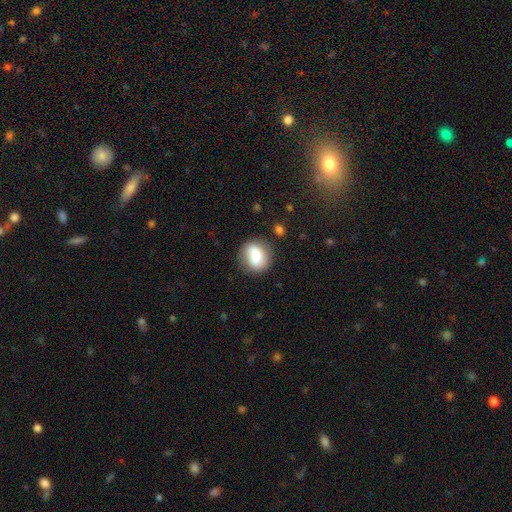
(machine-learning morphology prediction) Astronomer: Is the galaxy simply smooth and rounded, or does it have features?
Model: smooth — 72%.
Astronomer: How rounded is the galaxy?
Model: round — 67%.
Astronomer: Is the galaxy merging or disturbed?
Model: none — 75%.